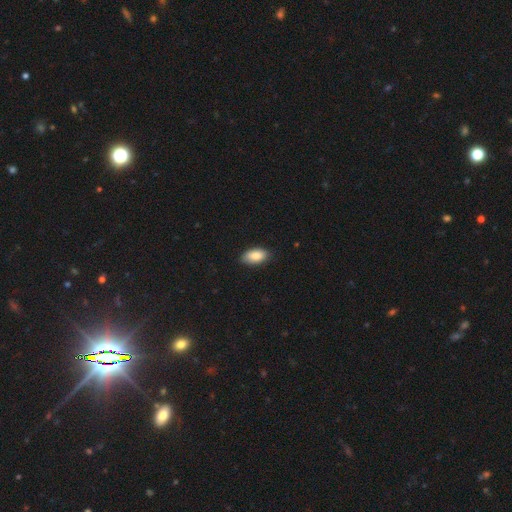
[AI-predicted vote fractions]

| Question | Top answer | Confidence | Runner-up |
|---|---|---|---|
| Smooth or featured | smooth | 87% | featured or disk (6%) |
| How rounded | in between | 94% | cigar-shaped (3%) |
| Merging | none | 83% | minor disturbance (14%) |